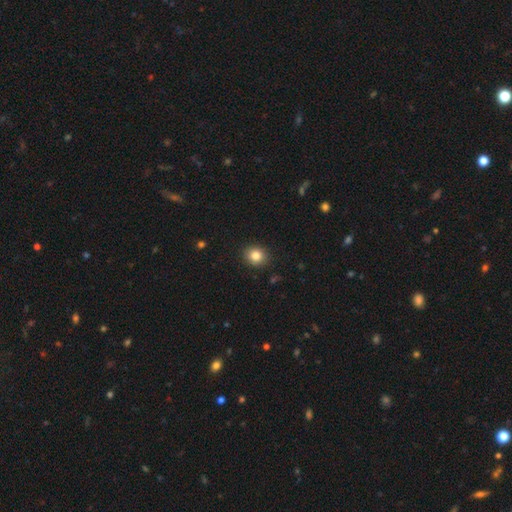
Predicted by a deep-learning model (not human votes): The model was most divided on "how rounded": round: 80%, in between: 20%, cigar-shaped: 1%. More confident: merging — none (90%); smooth or featured — smooth (84%).